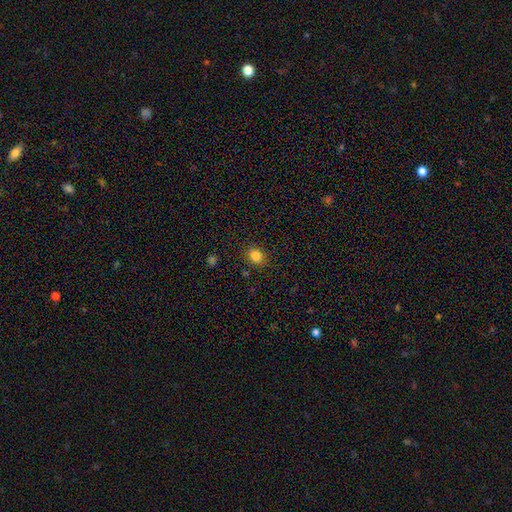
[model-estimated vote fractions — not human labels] A smooth galaxy with no disk features (83%) that is round (64%).

Vote fractions:
- Smooth or featured? smooth: 83% / star or artifact: 12% / featured or disk: 5%
- How rounded? round: 64% / in between: 36% / cigar-shaped: 1%
- Merging? none: 87% / minor disturbance: 9% / major disturbance: 3% / merger: 2%